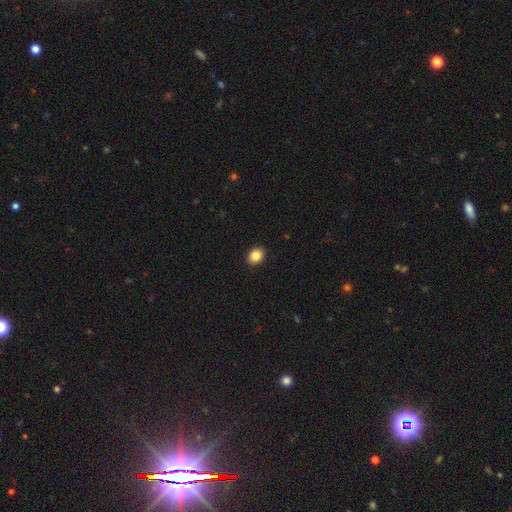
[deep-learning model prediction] Smooth or featured? Predicted: smooth (p=0.86). How rounded? Predicted: in between (p=0.57). Merging? Predicted: none (p=0.91).